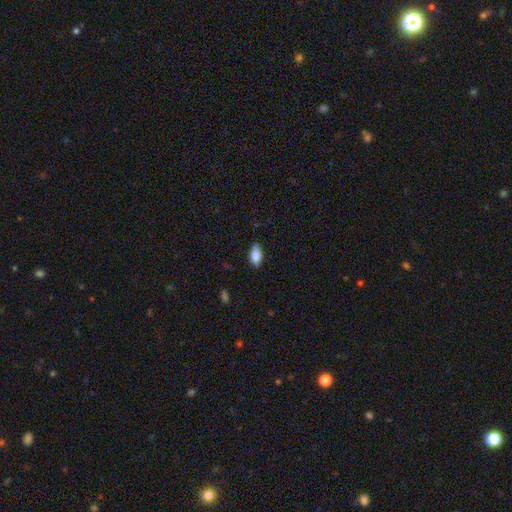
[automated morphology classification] The model was most divided on "merging": none: 77%, minor disturbance: 18%, major disturbance: 3%, merger: 1%. More confident: how rounded — in between (91%); smooth or featured — smooth (85%).